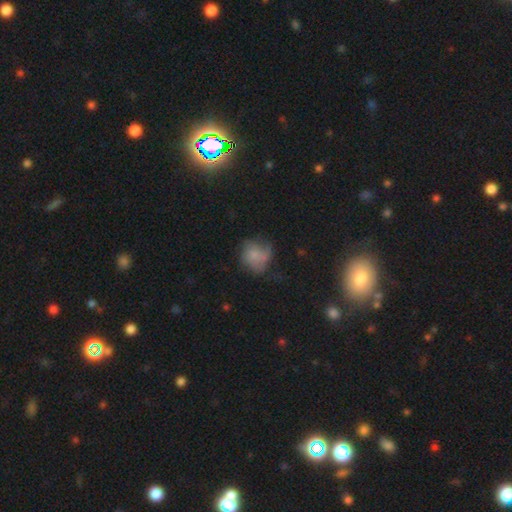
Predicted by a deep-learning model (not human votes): A smooth galaxy with no disk features (60%) that is round (72%).

Vote fractions:
- Smooth or featured? smooth: 60% / featured or disk: 29% / star or artifact: 10%
- How rounded? round: 72% / in between: 27% / cigar-shaped: 1%
- Merging? none: 43% / minor disturbance: 29% / major disturbance: 22% / merger: 6%